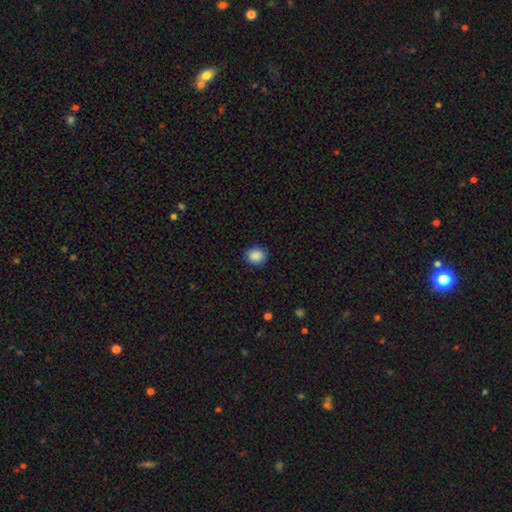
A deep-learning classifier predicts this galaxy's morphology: Smooth or featured: smooth — 89% (star or artifact — 8%)
How rounded: round — 70% (in between — 29%)
Merging: none — 89% (minor disturbance — 8%)